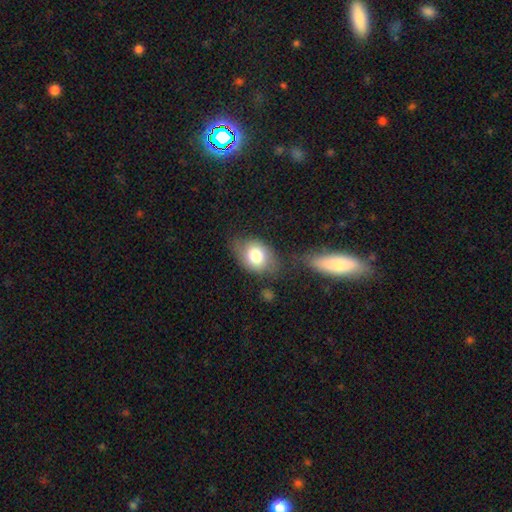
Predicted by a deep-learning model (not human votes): A smooth galaxy with no disk features (76%) that is in between round and cigar-shaped (68%). Merging: none (61%).